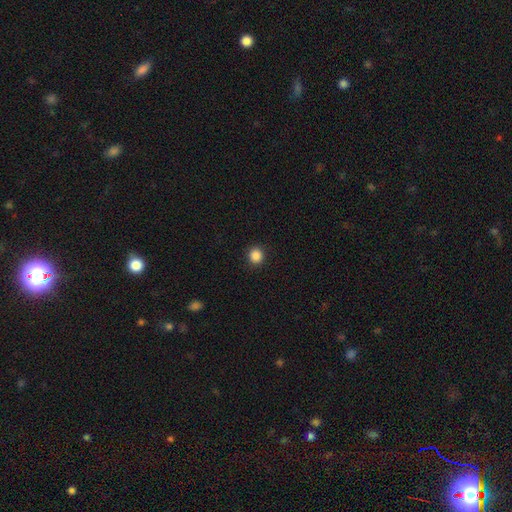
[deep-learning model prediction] This is clearly a smooth galaxy (87%). How rounded: clearly round (89%). Merging: clearly none (92%).